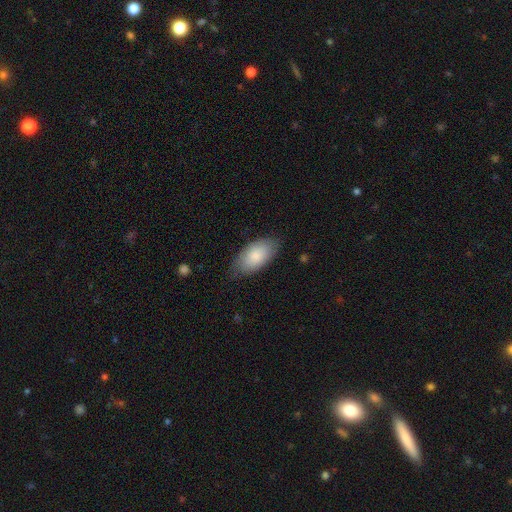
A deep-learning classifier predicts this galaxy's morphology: smooth 83%, featured or disk 11%, star or artifact 6%. Down the decision tree: how rounded — in between (94%); merging — none (76%).